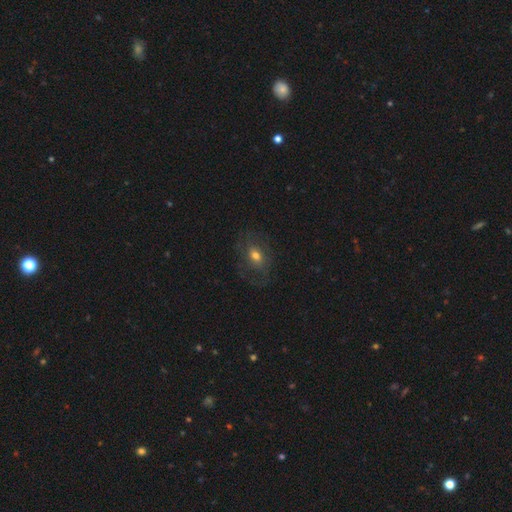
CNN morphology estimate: This is possibly a smooth galaxy (45%). Merging: likely none (65%).